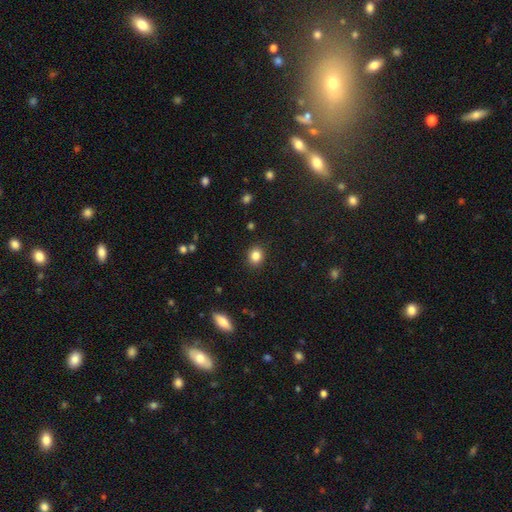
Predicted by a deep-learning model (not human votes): Overall: smooth (84%). How rounded: round (69%; in between 30%). Merging: none (90%).